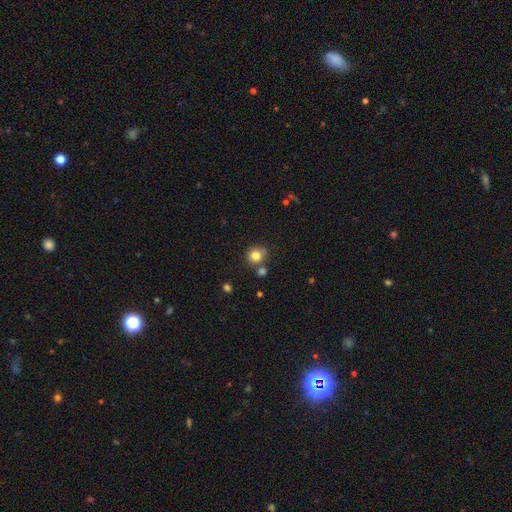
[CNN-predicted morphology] The model was most divided on "merging": none: 68%, merger: 15%, minor disturbance: 14%, major disturbance: 4%. More confident: how rounded — round (85%); smooth or featured — smooth (81%).